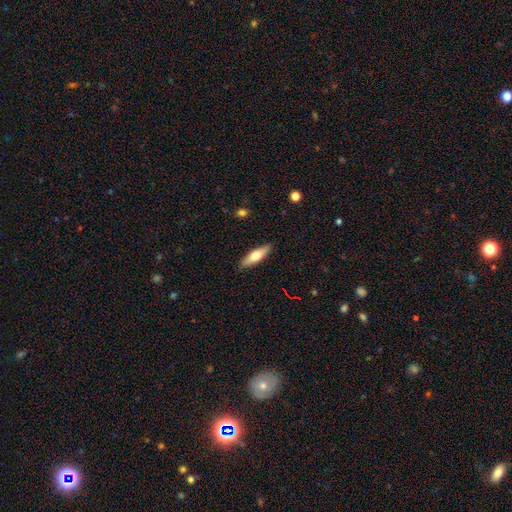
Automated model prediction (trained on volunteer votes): smooth-or-featured: smooth: 55% | featured or disk: 39% | star or artifact: 6%
  how-rounded: cigar-shaped: 62% | in between: 36% | round: 2%
  merging: none: 89% | minor disturbance: 8% | major disturbance: 2% | merger: 1%